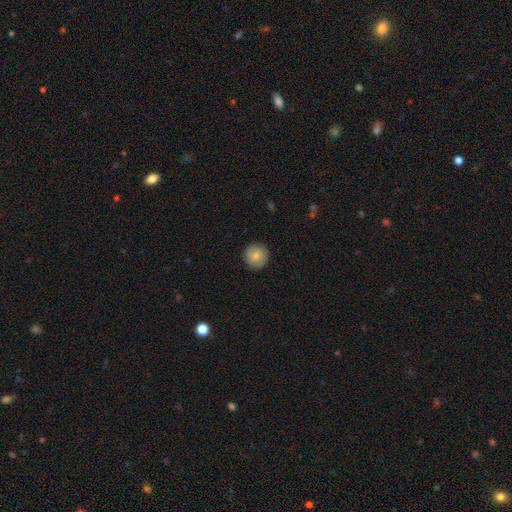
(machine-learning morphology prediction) smooth_or_featured: smooth (p=0.75) [alt: featured or disk p=0.17]
how_rounded: round (p=0.94) [alt: in between p=0.05]
merging: none (p=0.89) [alt: minor disturbance p=0.08]